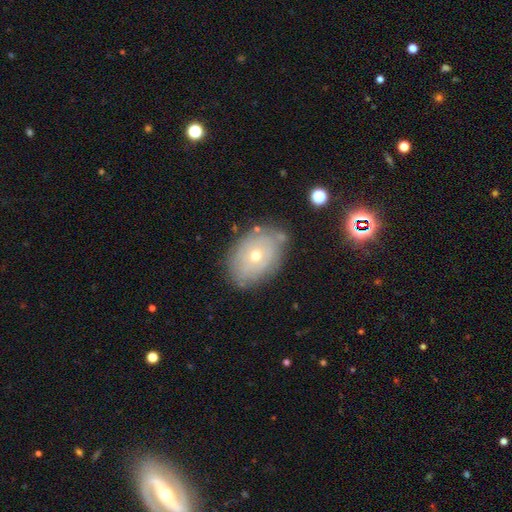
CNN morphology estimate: Smooth or featured: featured or disk — 49% (smooth — 42%)
Merging: none — 73% (minor disturbance — 19%)